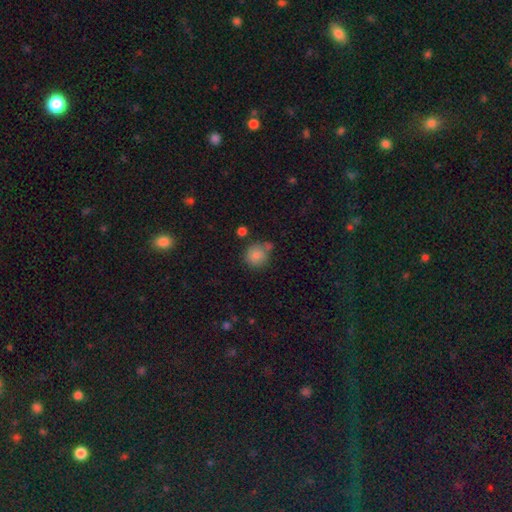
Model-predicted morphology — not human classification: Smooth or featured?
  - smooth: 82% *
  - star or artifact: 12%
  - featured or disk: 6%
How rounded?
  - round: 89% *
  - in between: 10%
  - cigar-shaped: 1%
Merging?
  - none: 68% *
  - minor disturbance: 14%
  - merger: 14%
  - major disturbance: 4%